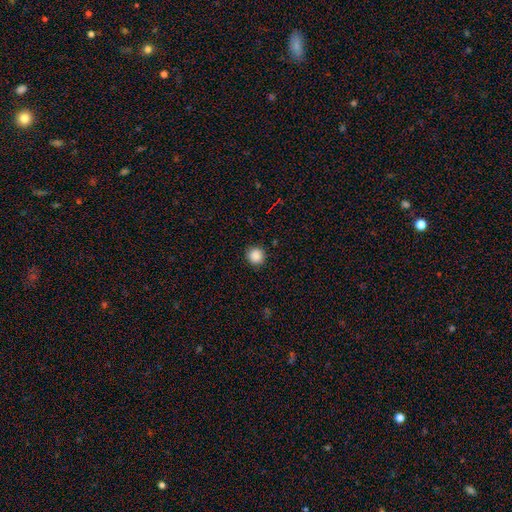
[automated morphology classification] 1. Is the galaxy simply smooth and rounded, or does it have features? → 88% smooth, 10% star or artifact, 3% featured or disk.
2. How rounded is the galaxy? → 95% round, 4% in between, 1% cigar-shaped.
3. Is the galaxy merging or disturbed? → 91% none, 6% minor disturbance, 2% major disturbance, 1% merger.